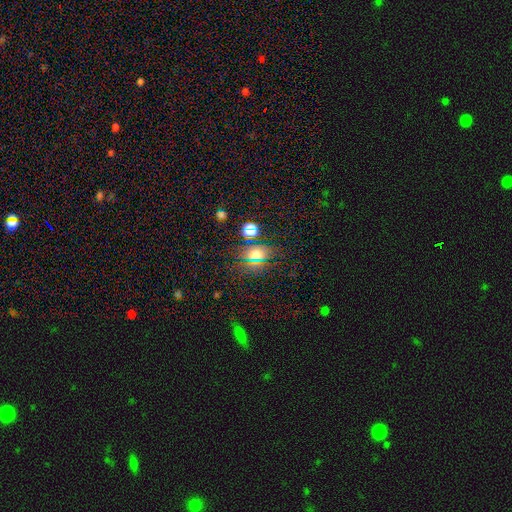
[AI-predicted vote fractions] This is possibly a smooth galaxy (58%). How rounded: possibly round (55%). Merging: likely none (75%).